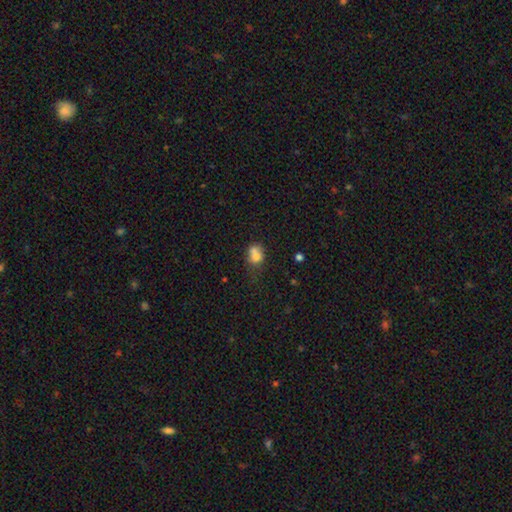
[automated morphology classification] A smooth galaxy with no disk features (70%) that is round (55%). Merging: merger (51%).